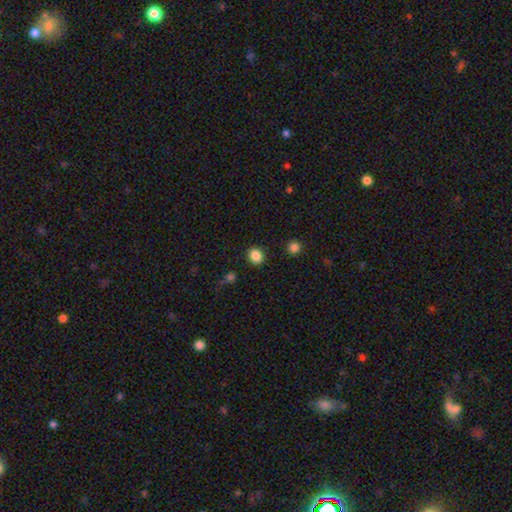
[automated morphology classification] smooth 86%, star or artifact 10%, featured or disk 3%. Down the decision tree: how rounded — round (67%); merging — none (89%).